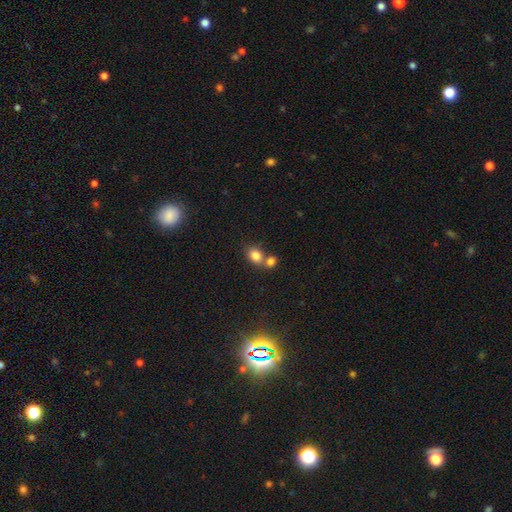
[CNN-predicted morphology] A smooth galaxy with no disk features (83%) that is in between round and cigar-shaped (54%).

Vote fractions:
- Smooth or featured? smooth: 83% / star or artifact: 10% / featured or disk: 7%
- How rounded? in between: 54% / round: 44% / cigar-shaped: 1%
- Merging? merger: 48% / none: 41% / minor disturbance: 8% / major disturbance: 3%